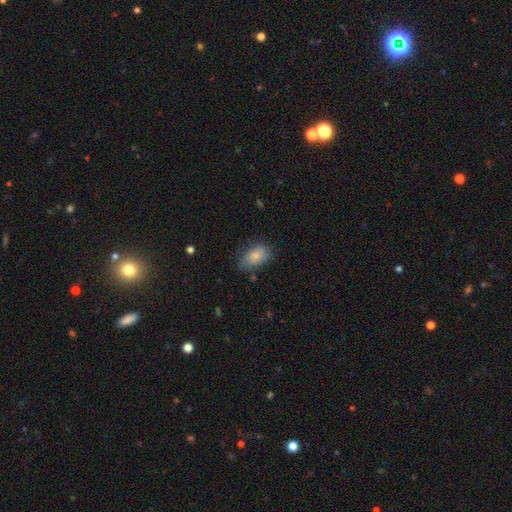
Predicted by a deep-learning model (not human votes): Q: Smooth or featured?
A: smooth (81%); runner-up: featured or disk (11%)
Q: How rounded?
A: in between (89%); runner-up: round (9%)
Q: Merging?
A: none (68%); runner-up: minor disturbance (24%)